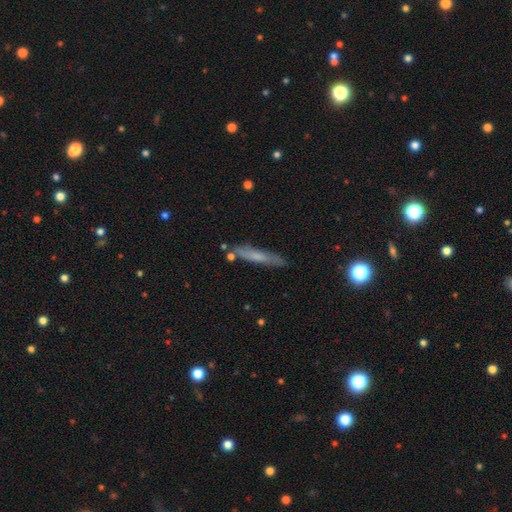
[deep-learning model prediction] Smooth or featured?
  - smooth: 57% *
  - featured or disk: 36%
  - star or artifact: 7%
How rounded?
  - cigar-shaped: 92% *
  - in between: 6%
  - round: 2%
Merging?
  - none: 78% *
  - minor disturbance: 15%
  - merger: 4%
  - major disturbance: 3%